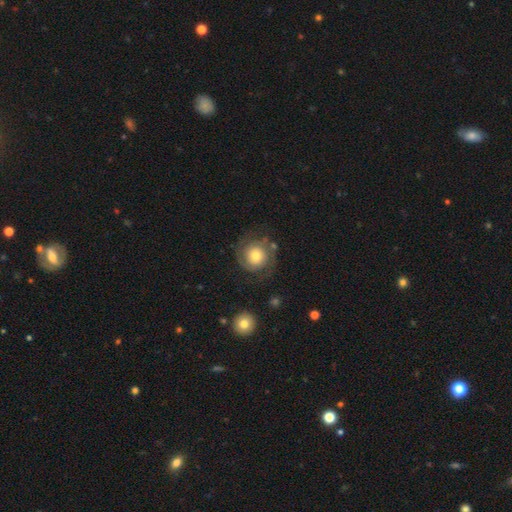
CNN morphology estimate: Q: Smooth or featured?
A: featured or disk (62%); runner-up: smooth (30%)
Q: Edge-on disk?
A: no (98%); runner-up: yes (2%)
Q: Bar?
A: no (81%); runner-up: weak (16%)
Q: Spiral arms?
A: yes (89%); runner-up: no (11%)
Q: Spiral winding?
A: tight (50%); runner-up: medium (36%)
Q: Spiral arm count?
A: 2 (77%); runner-up: can't tell (11%)
Q: Bulge size?
A: moderate (57%); runner-up: small (24%)
Q: Merging?
A: none (70%); runner-up: minor disturbance (16%)